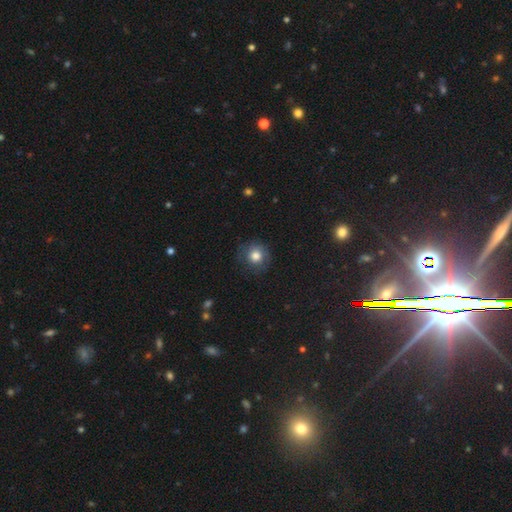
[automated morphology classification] This is likely a smooth galaxy (78%). How rounded: clearly round (89%). Merging: likely none (78%).